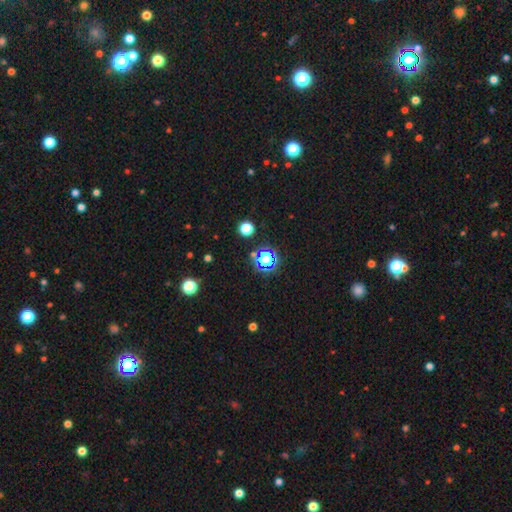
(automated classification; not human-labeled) star or artifact 73%, smooth 20%, featured or disk 7%.